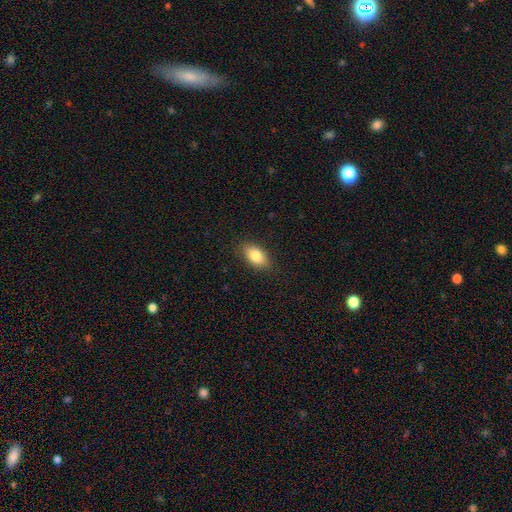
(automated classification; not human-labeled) Morphology: type=smooth (84%); roundness=in between (91%); merging=none (87%).